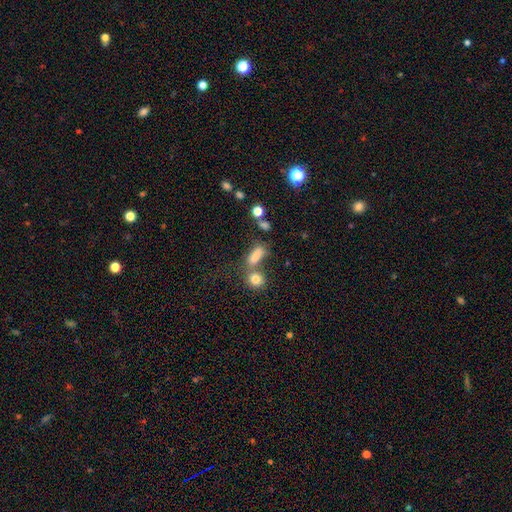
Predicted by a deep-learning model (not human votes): smooth_or_featured: smooth (p=0.78) [alt: star or artifact p=0.13]
how_rounded: in between (p=0.67) [alt: cigar-shaped p=0.20]
merging: none (p=0.43) [alt: merger p=0.33]